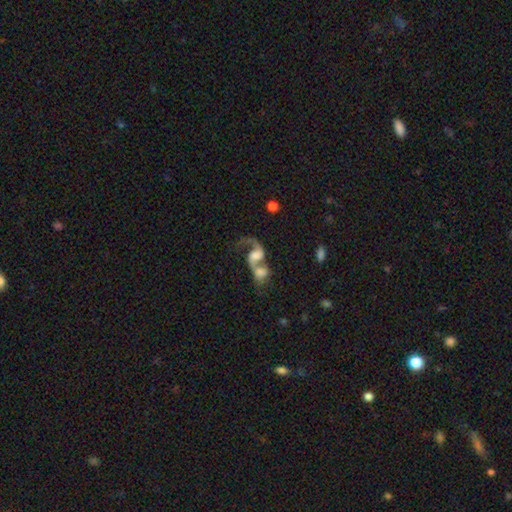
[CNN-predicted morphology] featured or disk 69%, smooth 22%, star or artifact 9%. Down the decision tree: edge-on disk — no (97%); bar — no (51%); spiral arms — yes (86%); spiral arm count — 2 (66%); spiral winding — loose (77%); bulge size — moderate (31%); merging — merger (72%).